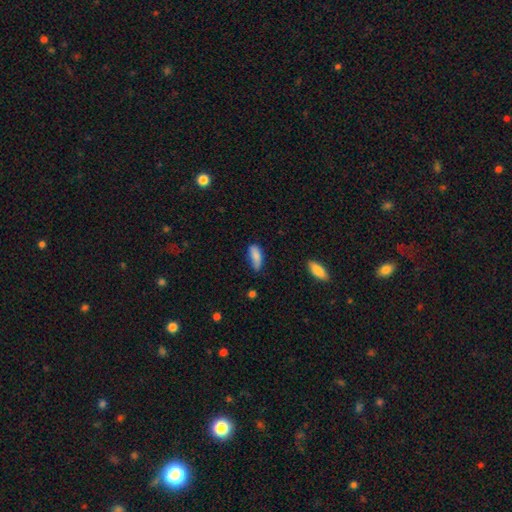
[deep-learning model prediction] A smooth galaxy with no disk features (86%) that is in between round and cigar-shaped (72%).

Vote fractions:
- Smooth or featured? smooth: 86% / featured or disk: 7% / star or artifact: 7%
- How rounded? in between: 72% / cigar-shaped: 26% / round: 2%
- Merging? none: 55% / minor disturbance: 35% / major disturbance: 7% / merger: 3%